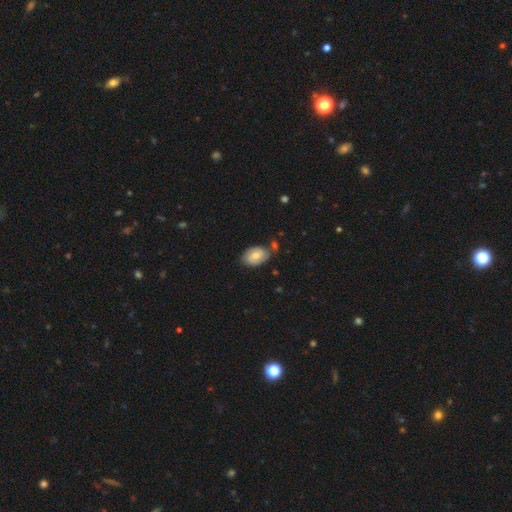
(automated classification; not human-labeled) smooth 57%, featured or disk 35%, star or artifact 7%. Down the decision tree: how rounded — in between (85%); merging — none (68%).